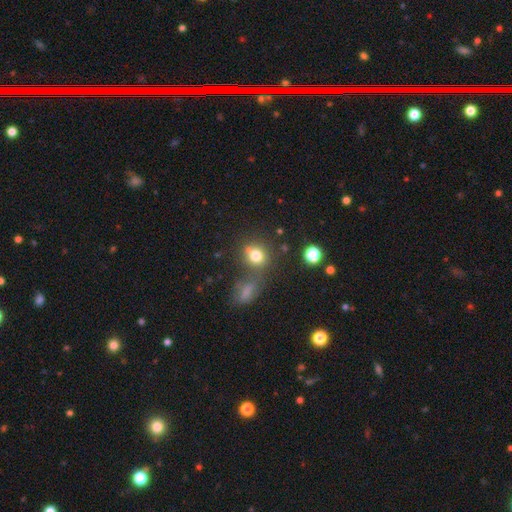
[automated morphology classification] The model was most divided on "merging": none: 58%, merger: 22%, minor disturbance: 14%, major disturbance: 6%. More confident: smooth or featured — smooth (77%); how rounded — round (74%).